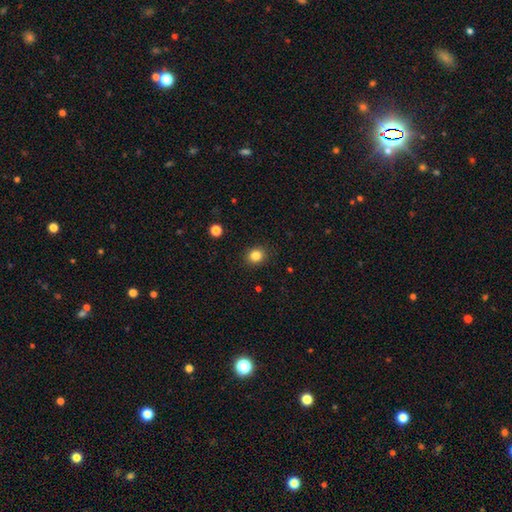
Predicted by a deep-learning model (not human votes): A smooth galaxy with no disk features (84%) that is round (79%).

Vote fractions:
- Smooth or featured? smooth: 84% / star or artifact: 11% / featured or disk: 5%
- How rounded? round: 79% / in between: 20% / cigar-shaped: 1%
- Merging? none: 90% / minor disturbance: 7% / major disturbance: 2% / merger: 1%